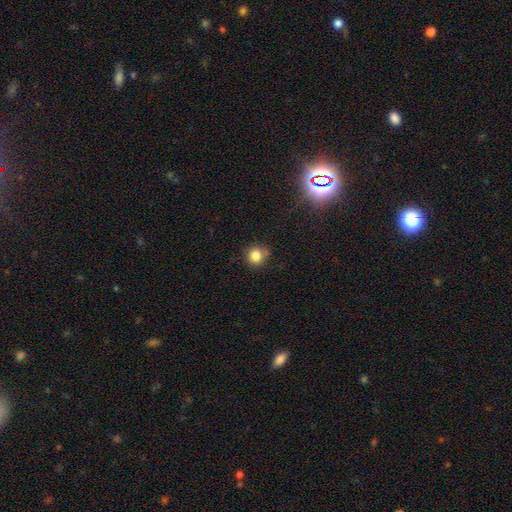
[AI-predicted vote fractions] smooth_or_featured: smooth (p=0.83) [alt: star or artifact p=0.12]
how_rounded: round (p=0.88) [alt: in between p=0.11]
merging: none (p=0.78) [alt: minor disturbance p=0.16]